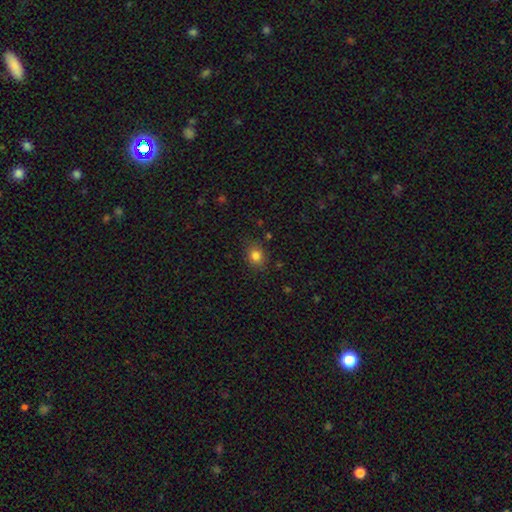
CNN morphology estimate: This appears to be a smooth galaxy with no disk features (82%) that is round (59%). Merging: none (83%).